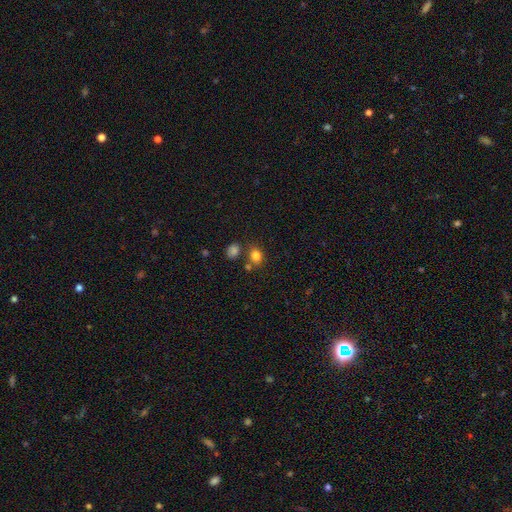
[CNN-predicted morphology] The model was most divided on "how rounded": in between: 51%, round: 48%, cigar-shaped: 1%. More confident: smooth or featured — smooth (81%); merging — none (64%).